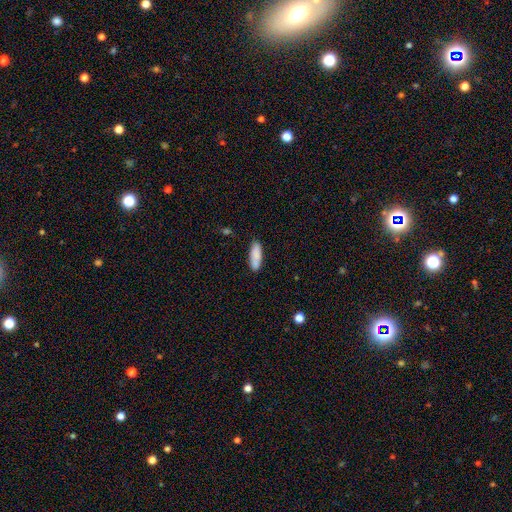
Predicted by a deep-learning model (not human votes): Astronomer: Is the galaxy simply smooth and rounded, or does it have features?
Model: smooth — 86%.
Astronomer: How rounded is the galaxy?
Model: in between — 59% (runner-up: cigar-shaped, 39%).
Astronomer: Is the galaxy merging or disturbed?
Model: none — 81%.